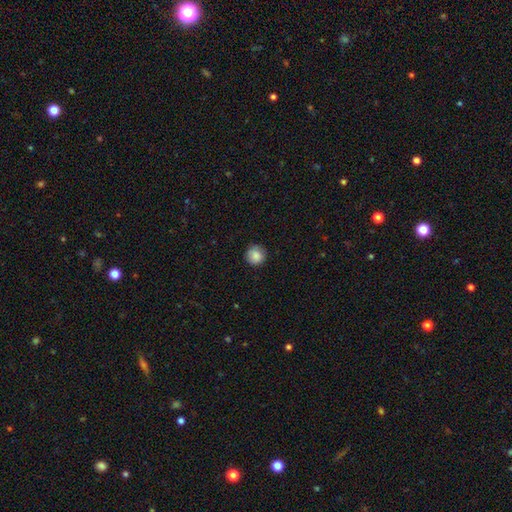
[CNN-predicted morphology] Overall: smooth (86%). How rounded: round (93%). Merging: none (86%).